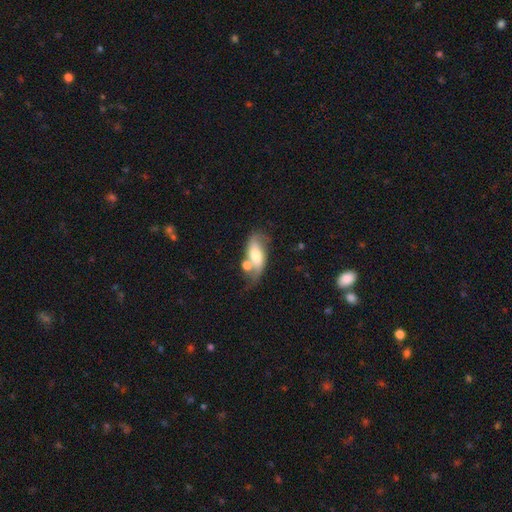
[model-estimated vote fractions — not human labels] Q: Smooth or featured?
A: featured or disk (51%); runner-up: smooth (41%)
Q: Edge-on disk?
A: no (88%); runner-up: yes (12%)
Q: Merging?
A: none (36%); runner-up: merger (29%)